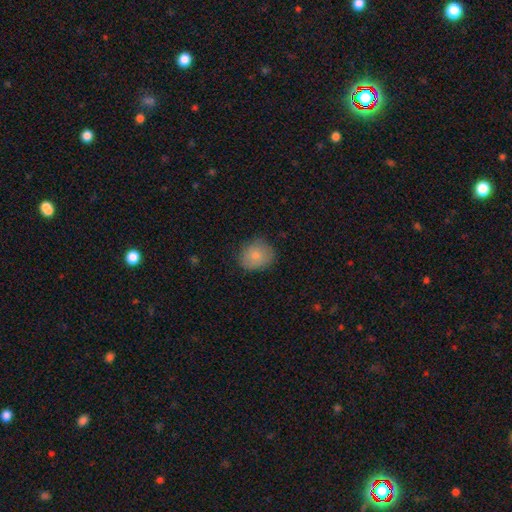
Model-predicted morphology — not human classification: Smooth or featured: smooth — 82% (featured or disk — 10%)
How rounded: round — 70% (in between — 29%)
Merging: none — 76% (minor disturbance — 19%)